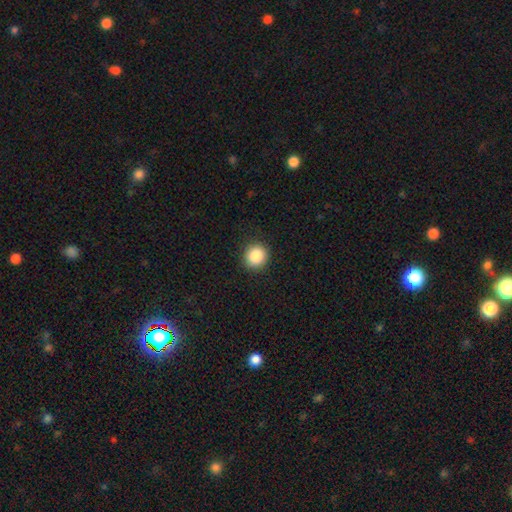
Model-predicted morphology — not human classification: Smooth or featured?
  - smooth: 87% *
  - star or artifact: 9%
  - featured or disk: 4%
How rounded?
  - round: 88% *
  - in between: 11%
  - cigar-shaped: 1%
Merging?
  - none: 91% *
  - minor disturbance: 6%
  - major disturbance: 2%
  - merger: 1%